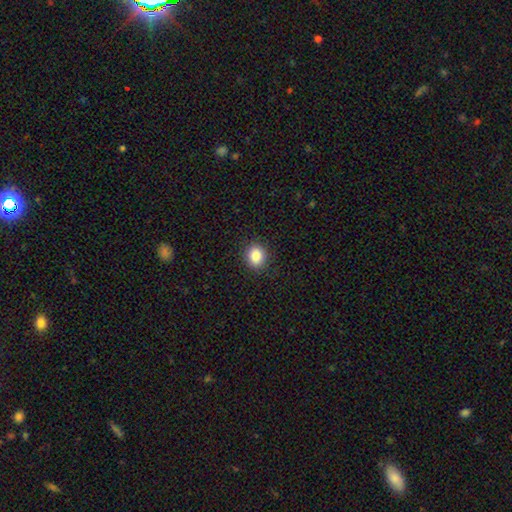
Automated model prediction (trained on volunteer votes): Overall: smooth (84%). How rounded: round (74%). Merging: none (90%).